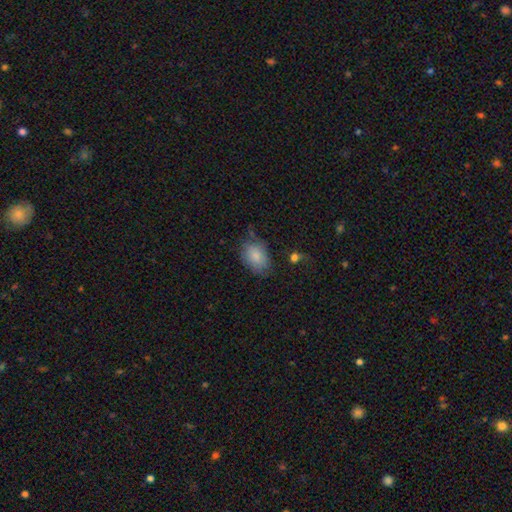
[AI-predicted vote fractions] Smooth or featured?
  - smooth: 83% *
  - featured or disk: 10%
  - star or artifact: 7%
How rounded?
  - in between: 80% *
  - round: 18%
  - cigar-shaped: 1%
Merging?
  - none: 64% *
  - minor disturbance: 25%
  - major disturbance: 8%
  - merger: 4%